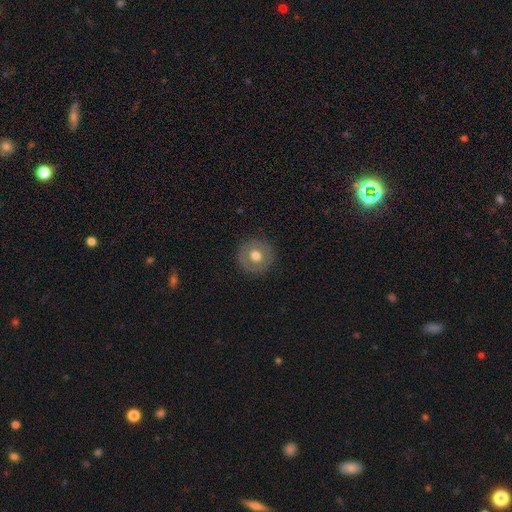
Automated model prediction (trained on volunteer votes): Q: Smooth or featured?
A: smooth (66%); runner-up: featured or disk (26%)
Q: How rounded?
A: round (95%); runner-up: in between (4%)
Q: Merging?
A: none (90%); runner-up: minor disturbance (7%)